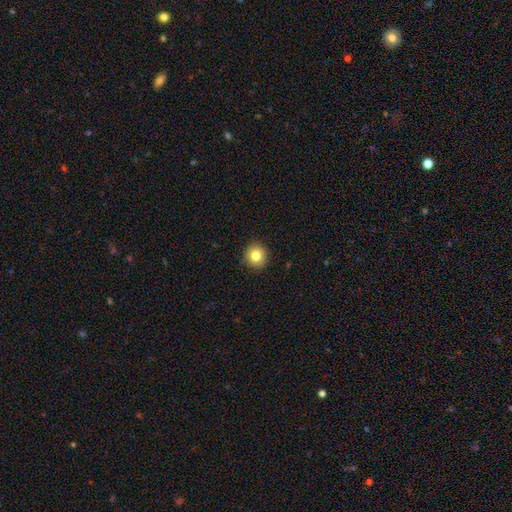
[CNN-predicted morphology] The model was most divided on "smooth or featured": smooth: 80%, star or artifact: 10%, featured or disk: 9%. More confident: how rounded — round (93%); merging — none (91%).